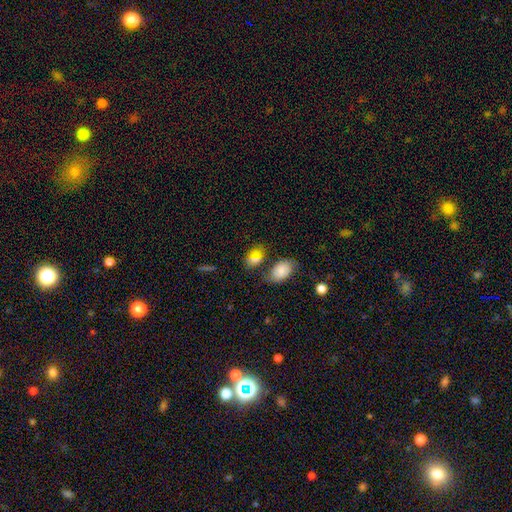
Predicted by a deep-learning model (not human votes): Smooth or featured? Predicted: smooth (p=0.75). How rounded? Predicted: in between (p=0.81). Merging? Predicted: none (p=0.60).